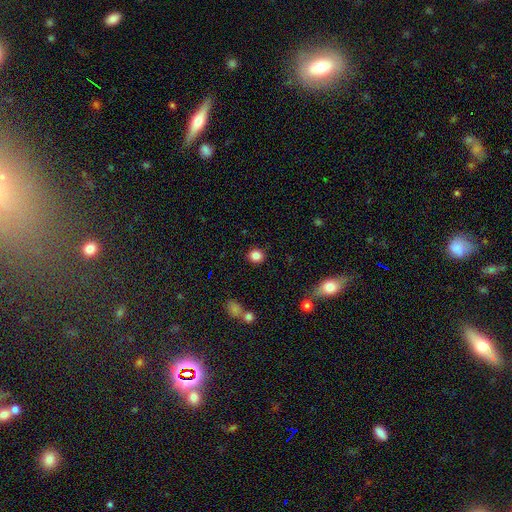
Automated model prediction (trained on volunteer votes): Overall: smooth (85%). How rounded: round (87%). Merging: none (90%).